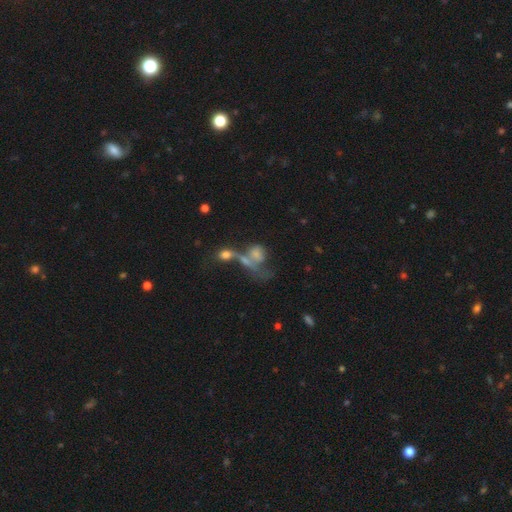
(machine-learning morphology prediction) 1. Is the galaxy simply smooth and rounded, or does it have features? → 54% smooth, 32% featured or disk, 15% star or artifact.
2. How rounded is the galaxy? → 65% in between, 30% round, 5% cigar-shaped.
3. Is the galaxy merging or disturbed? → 57% merger, 21% major disturbance, 14% none, 8% minor disturbance.